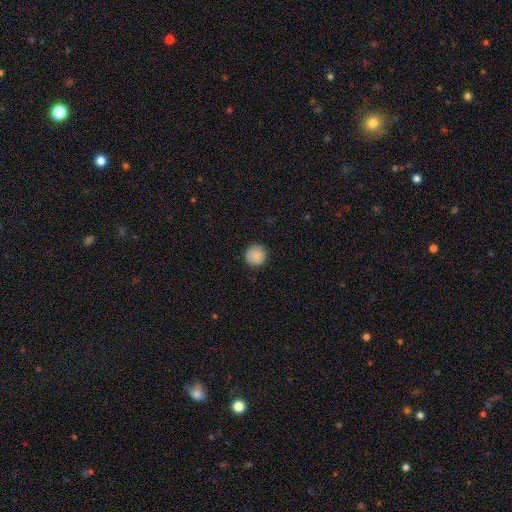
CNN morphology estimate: A smooth galaxy with no disk features (87%) that is round (95%).

Vote fractions:
- Smooth or featured? smooth: 87% / star or artifact: 8% / featured or disk: 5%
- How rounded? round: 95% / in between: 4% / cigar-shaped: 1%
- Merging? none: 90% / minor disturbance: 7% / major disturbance: 2% / merger: 1%